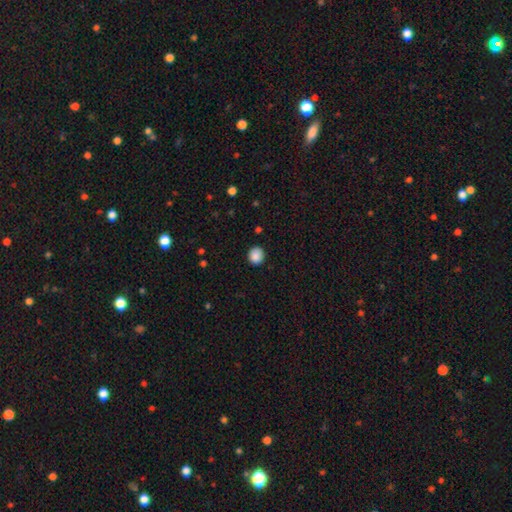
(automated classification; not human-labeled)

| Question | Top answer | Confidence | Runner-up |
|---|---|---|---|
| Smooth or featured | smooth | 88% | star or artifact (9%) |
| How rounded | round | 83% | in between (16%) |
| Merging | none | 89% | minor disturbance (8%) |